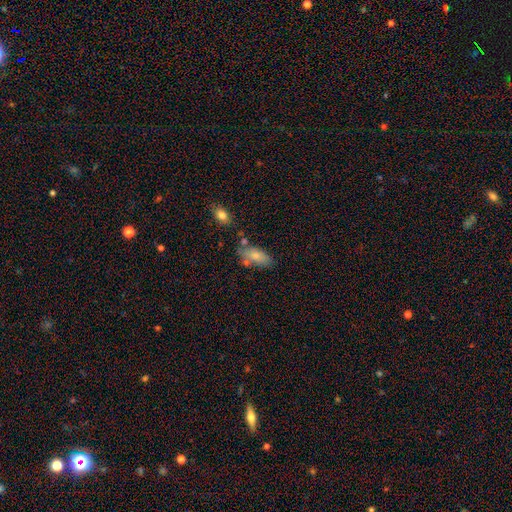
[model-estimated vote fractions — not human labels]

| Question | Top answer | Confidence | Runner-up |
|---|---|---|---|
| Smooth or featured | smooth | 77% | featured or disk (16%) |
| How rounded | in between | 87% | cigar-shaped (10%) |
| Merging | none | 57% | minor disturbance (23%) |